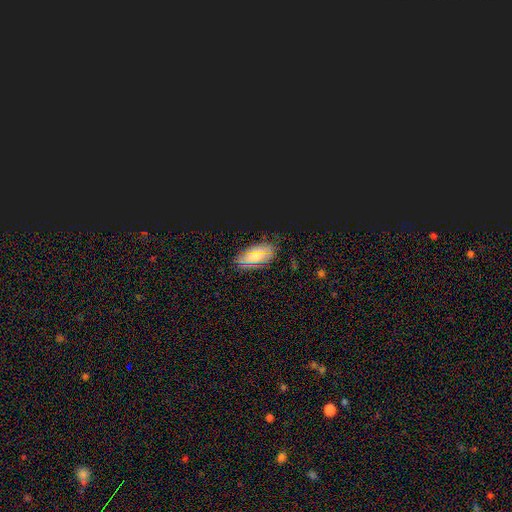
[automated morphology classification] Smooth or featured: smooth — 51% (star or artifact — 33%)
How rounded: in between — 87% (round — 7%)
Merging: none — 86% (minor disturbance — 10%)